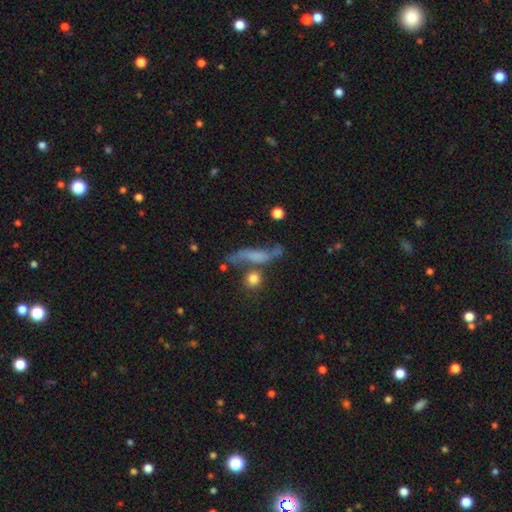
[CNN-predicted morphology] This appears to be a featured or disk galaxy (45%). Merging: none (45%).